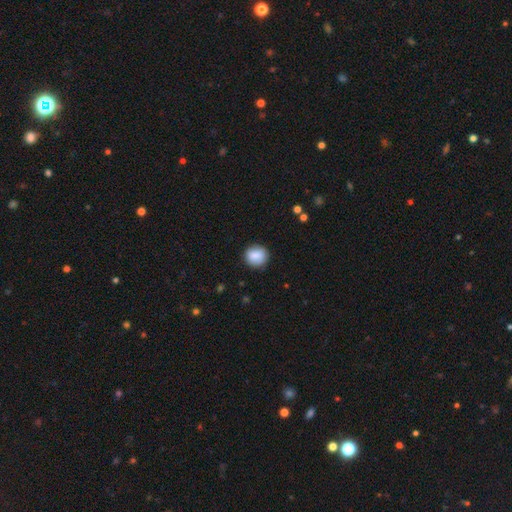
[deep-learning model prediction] Q: Smooth or featured?
A: smooth (86%); runner-up: star or artifact (8%)
Q: How rounded?
A: round (86%); runner-up: in between (13%)
Q: Merging?
A: none (87%); runner-up: minor disturbance (9%)